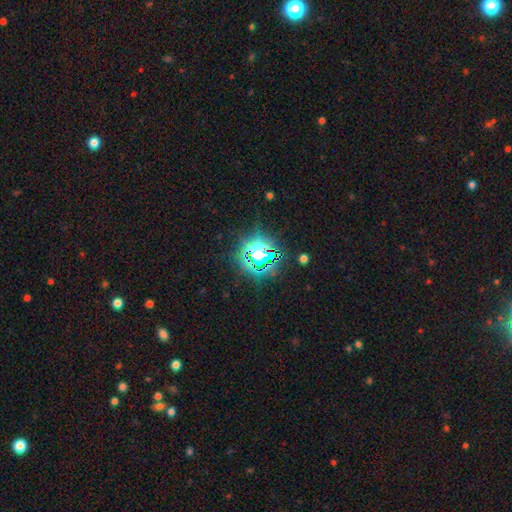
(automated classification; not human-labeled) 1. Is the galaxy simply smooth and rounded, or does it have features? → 72% star or artifact, 17% smooth, 11% featured or disk.